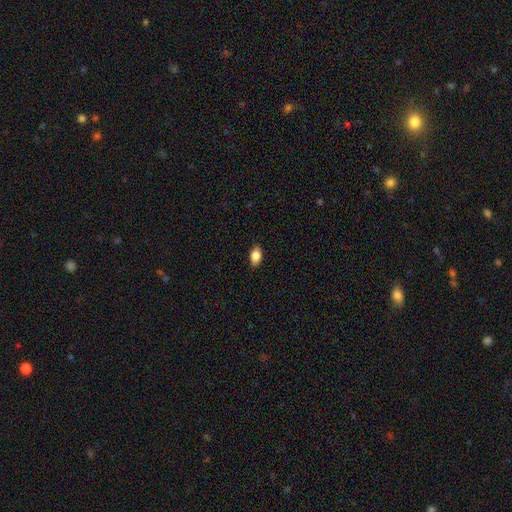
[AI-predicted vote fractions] This appears to be a smooth galaxy with no disk features (84%) that is in between round and cigar-shaped (87%). Merging: none (86%).